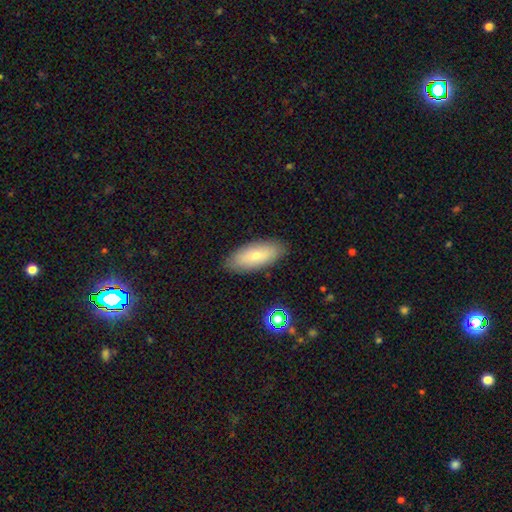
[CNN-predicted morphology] This appears to be a smooth galaxy with no disk features (70%) that is in between round and cigar-shaped (84%). Merging: none (86%).